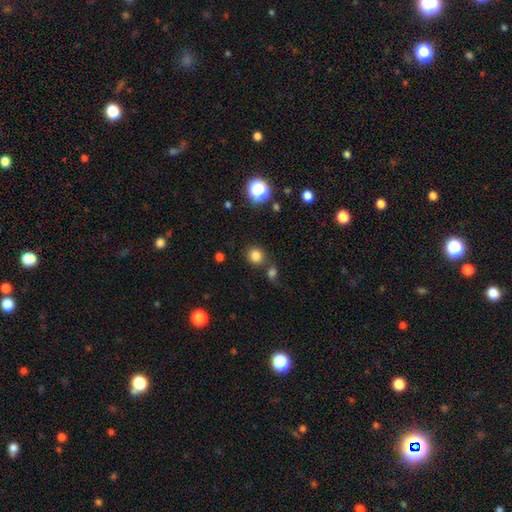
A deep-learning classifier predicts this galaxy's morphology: A smooth galaxy with no disk features (79%) that is round (86%).

Vote fractions:
- Smooth or featured? smooth: 79% / star or artifact: 15% / featured or disk: 6%
- How rounded? round: 86% / in between: 13% / cigar-shaped: 1%
- Merging? none: 75% / merger: 13% / minor disturbance: 9% / major disturbance: 4%